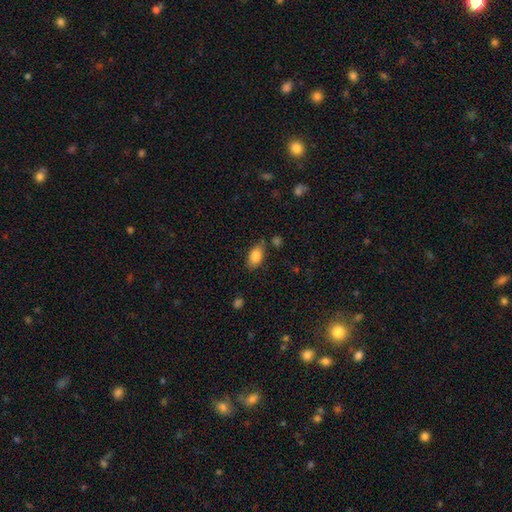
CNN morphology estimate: The model was most divided on "merging": none: 71%, minor disturbance: 20%, merger: 5%, major disturbance: 5%. More confident: how rounded — in between (89%); smooth or featured — smooth (83%).